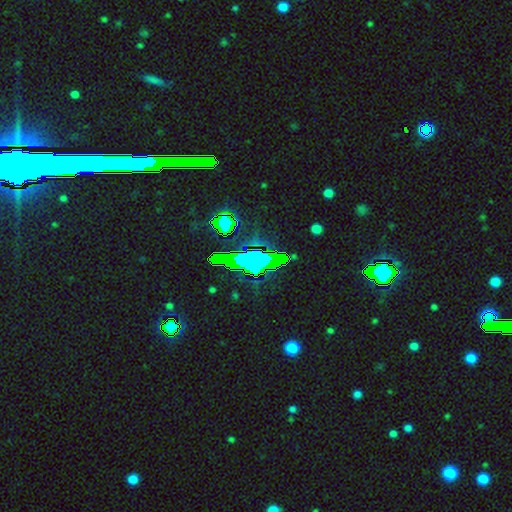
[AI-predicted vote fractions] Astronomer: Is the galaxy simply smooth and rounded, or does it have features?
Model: star or artifact — 77%.